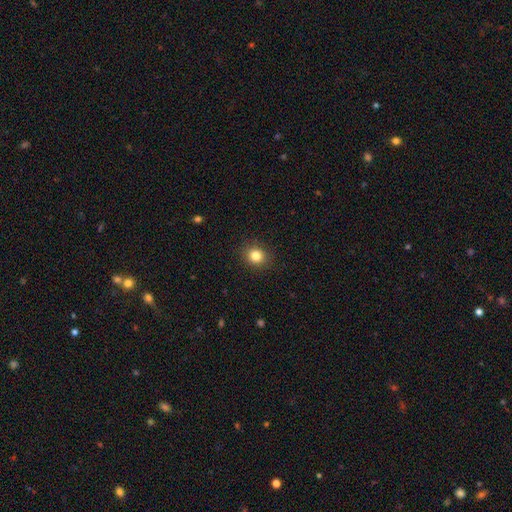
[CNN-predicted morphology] Smooth or featured: smooth — 83% (star or artifact — 11%)
How rounded: round — 75% (in between — 24%)
Merging: none — 90% (minor disturbance — 7%)